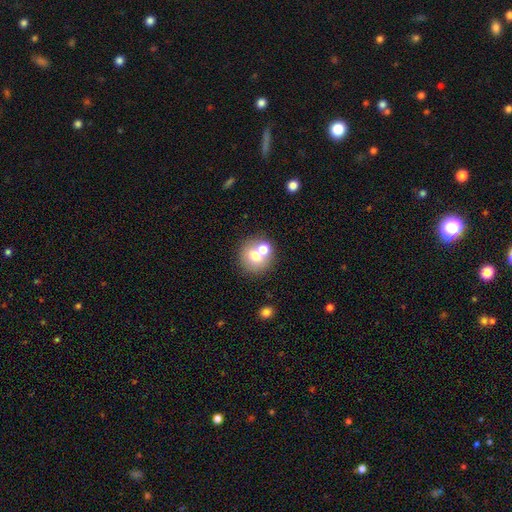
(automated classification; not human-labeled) Smooth or featured: smooth — 67% (featured or disk — 22%)
How rounded: round — 86% (in between — 13%)
Merging: none — 51% (merger — 38%)